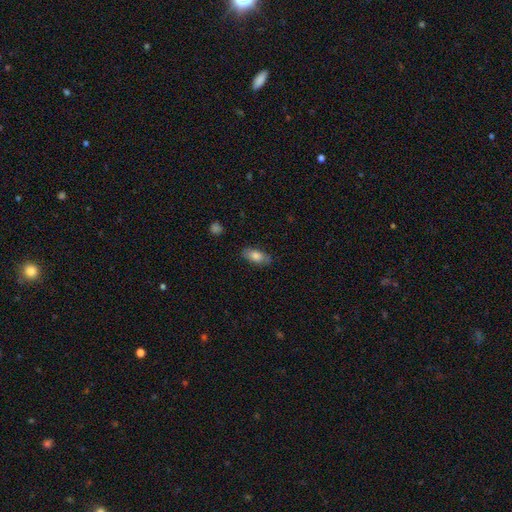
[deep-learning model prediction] smooth_or_featured: smooth (p=0.81) [alt: featured or disk p=0.12]
how_rounded: in between (p=0.87) [alt: cigar-shaped p=0.09]
merging: none (p=0.82) [alt: minor disturbance p=0.14]